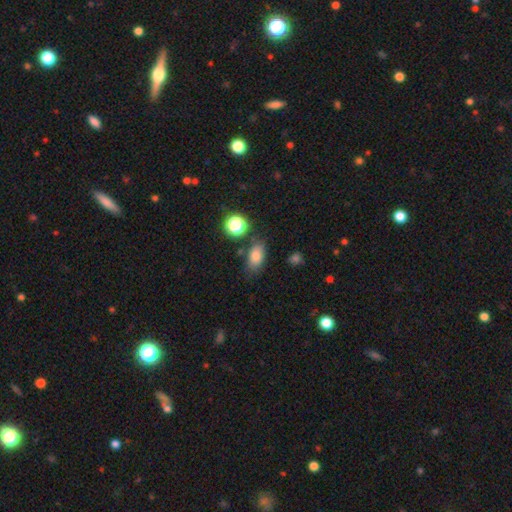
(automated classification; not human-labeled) Smooth or featured? smooth (80%)
How rounded? in between (85%)
Merging? none (74%)